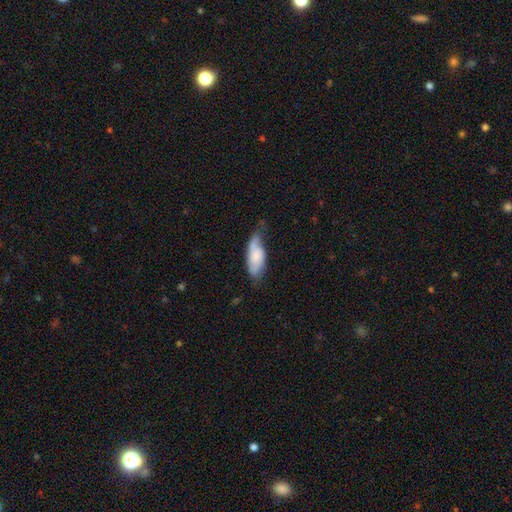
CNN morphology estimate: Smooth or featured: smooth — 53% (featured or disk — 40%)
How rounded: in between — 80% (cigar-shaped — 18%)
Merging: none — 43% (minor disturbance — 37%)